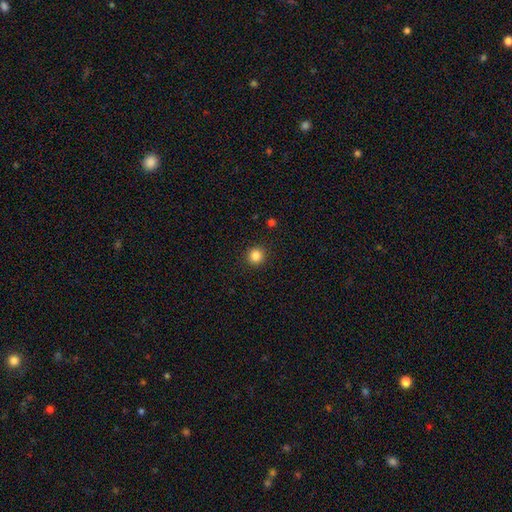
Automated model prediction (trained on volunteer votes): This is clearly a smooth galaxy (85%). How rounded: clearly round (94%). Merging: clearly none (92%).